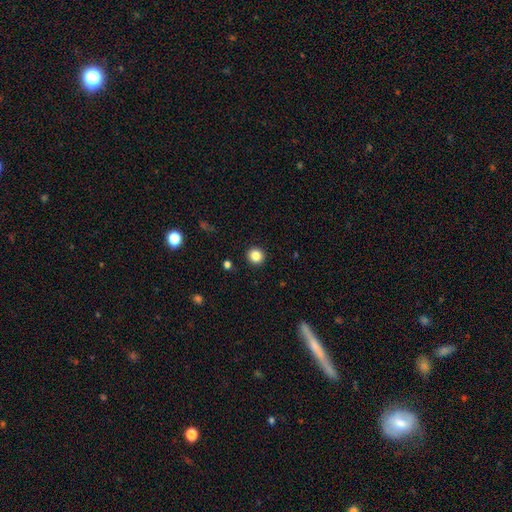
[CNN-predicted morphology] Smooth or featured: smooth — 84% (star or artifact — 11%)
How rounded: round — 93% (in between — 6%)
Merging: none — 93% (minor disturbance — 4%)